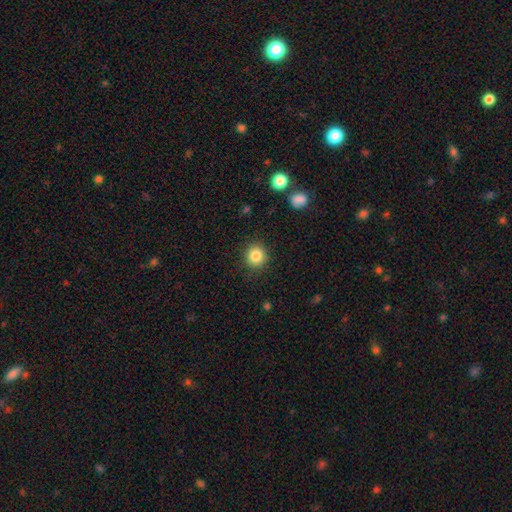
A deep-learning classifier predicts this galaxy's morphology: smooth_or_featured: smooth (p=0.85) [alt: star or artifact p=0.10]
how_rounded: round (p=0.89) [alt: in between p=0.10]
merging: none (p=0.89) [alt: minor disturbance p=0.08]